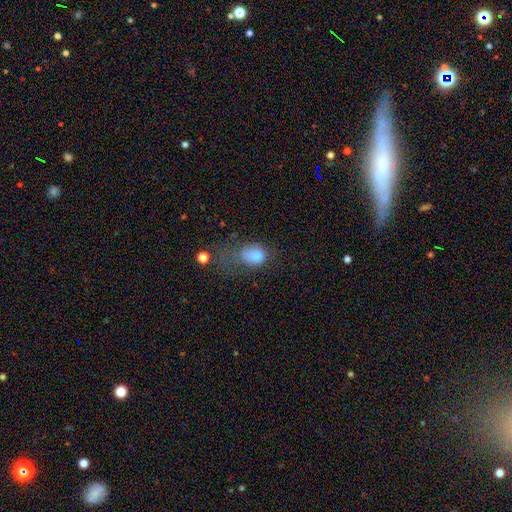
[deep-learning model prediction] smooth-or-featured: smooth: 74% | featured or disk: 14% | star or artifact: 12%
  how-rounded: in between: 57% | round: 42% | cigar-shaped: 2%
  merging: major disturbance: 45% | none: 24% | minor disturbance: 24% | merger: 8%